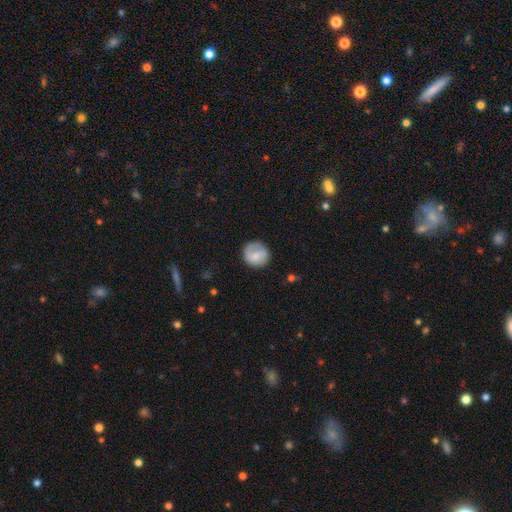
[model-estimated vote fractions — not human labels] Q: Smooth or featured?
A: smooth (62%); runner-up: featured or disk (31%)
Q: How rounded?
A: round (89%); runner-up: in between (10%)
Q: Merging?
A: none (74%); runner-up: minor disturbance (18%)